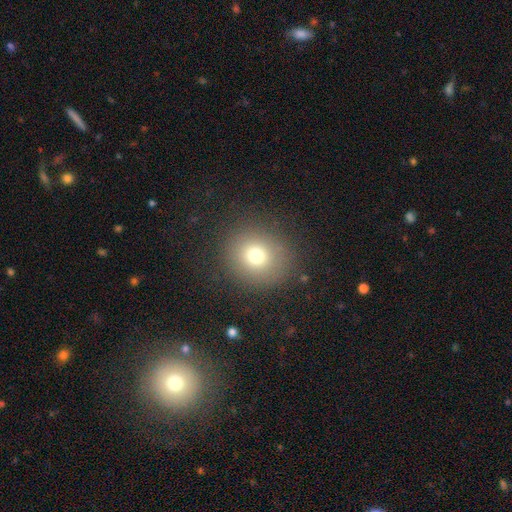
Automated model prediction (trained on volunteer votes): smooth-or-featured: smooth: 73% | star or artifact: 16% | featured or disk: 11%
  how-rounded: round: 88% | in between: 11% | cigar-shaped: 1%
  merging: none: 85% | minor disturbance: 8% | major disturbance: 5% | merger: 1%